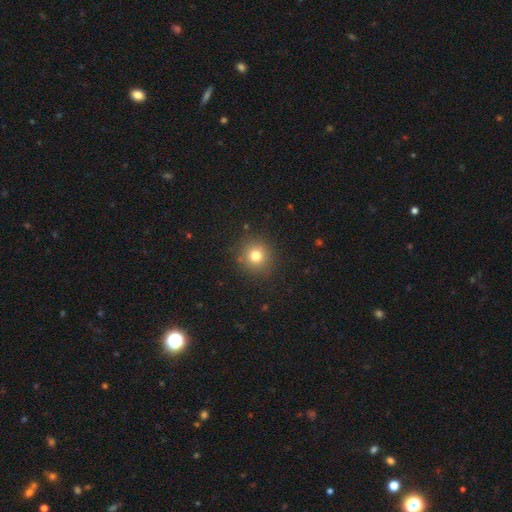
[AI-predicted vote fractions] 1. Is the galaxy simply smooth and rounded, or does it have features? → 78% smooth, 14% star or artifact, 8% featured or disk.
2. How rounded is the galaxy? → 91% round, 8% in between, 1% cigar-shaped.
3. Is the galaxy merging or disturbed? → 88% none, 8% minor disturbance, 3% major disturbance, 1% merger.